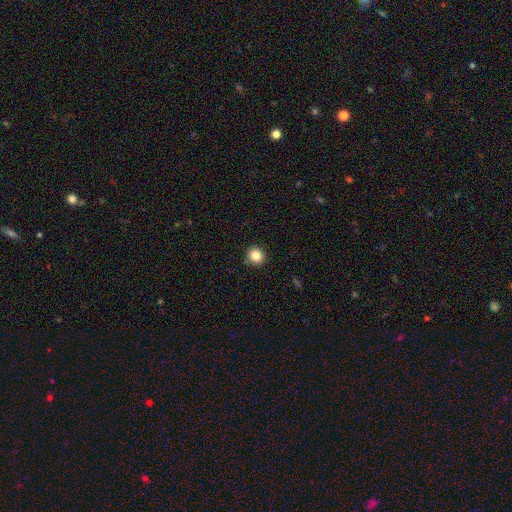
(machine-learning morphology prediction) Smooth or featured: smooth — 84% (star or artifact — 11%)
How rounded: round — 92% (in between — 7%)
Merging: none — 91% (minor disturbance — 6%)